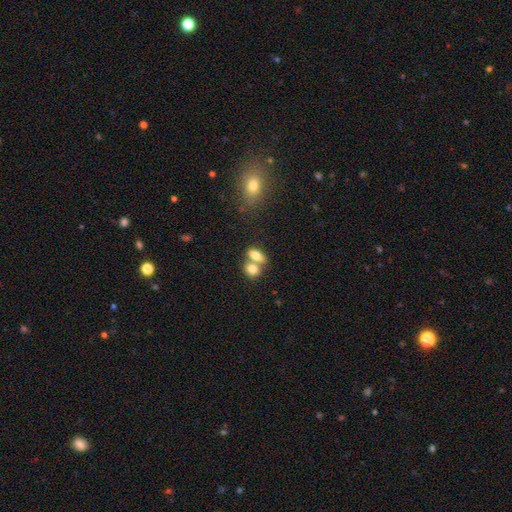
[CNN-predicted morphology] Smooth or featured? smooth (76%)
How rounded? in between (75%)
Merging? merger (56%)